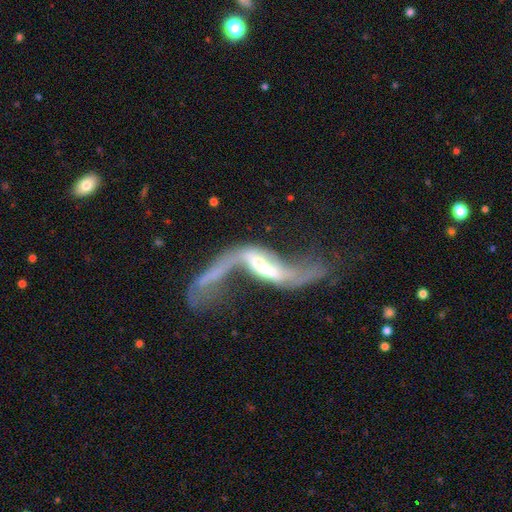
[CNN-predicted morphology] This is clearly a featured or disk galaxy (82%). It is clearly not viewed edge-on (87%). Bar: marginally strong (41%). Spiral arm pattern: clearly yes (81%). Spiral arm count: clearly 2 (87%). Spiral winding: clearly loose (92%). Central bulge: marginally moderate (42%). Merging: possibly merger (48%).